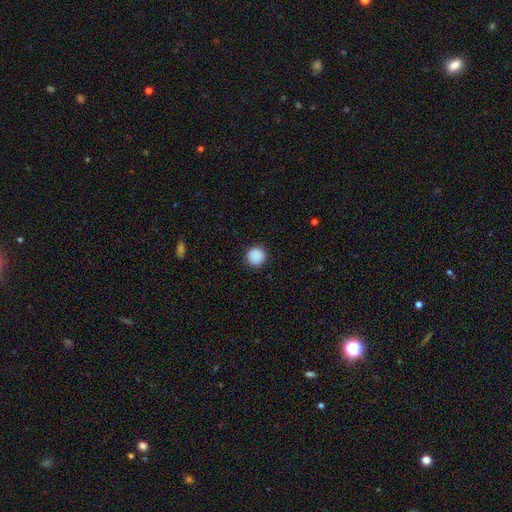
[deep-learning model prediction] smooth_or_featured: smooth (p=0.89) [alt: star or artifact p=0.08]
how_rounded: round (p=0.95) [alt: in between p=0.04]
merging: none (p=0.92) [alt: minor disturbance p=0.05]